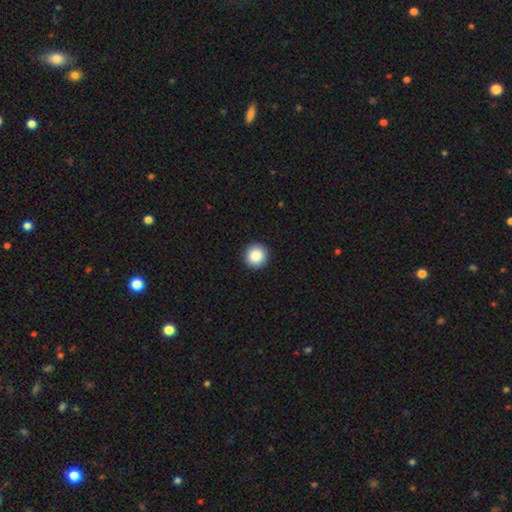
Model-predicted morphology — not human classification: smooth_or_featured: smooth (p=0.88) [alt: star or artifact p=0.09]
how_rounded: round (p=0.96) [alt: in between p=0.03]
merging: none (p=0.93) [alt: minor disturbance p=0.04]